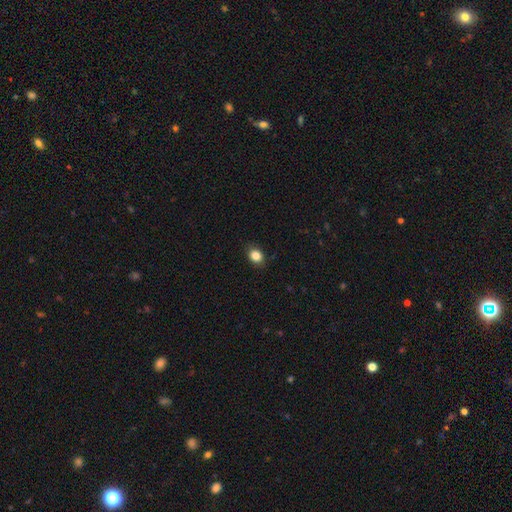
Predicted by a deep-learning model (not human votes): Smooth or featured?
  - smooth: 85% *
  - star or artifact: 10%
  - featured or disk: 5%
How rounded?
  - in between: 54% *
  - round: 45%
  - cigar-shaped: 1%
Merging?
  - none: 85% *
  - minor disturbance: 11%
  - major disturbance: 2%
  - merger: 1%